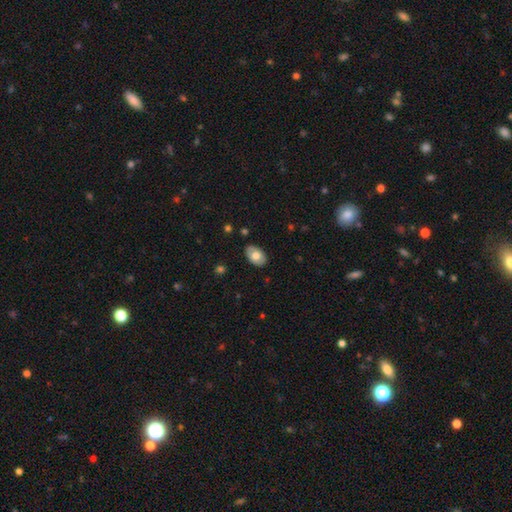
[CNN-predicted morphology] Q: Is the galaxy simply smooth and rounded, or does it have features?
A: smooth — 67%.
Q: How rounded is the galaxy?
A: in between — 90%.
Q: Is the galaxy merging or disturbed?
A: none — 83%.